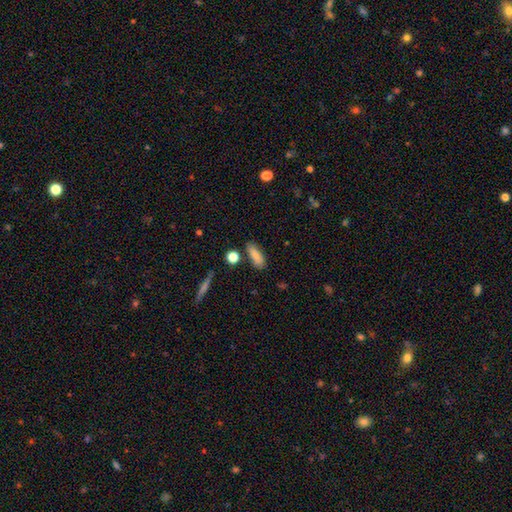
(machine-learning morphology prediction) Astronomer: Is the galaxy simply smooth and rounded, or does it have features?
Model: smooth — 82%.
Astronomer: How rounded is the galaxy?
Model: in between — 69%.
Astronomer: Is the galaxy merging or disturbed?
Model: none — 76%.